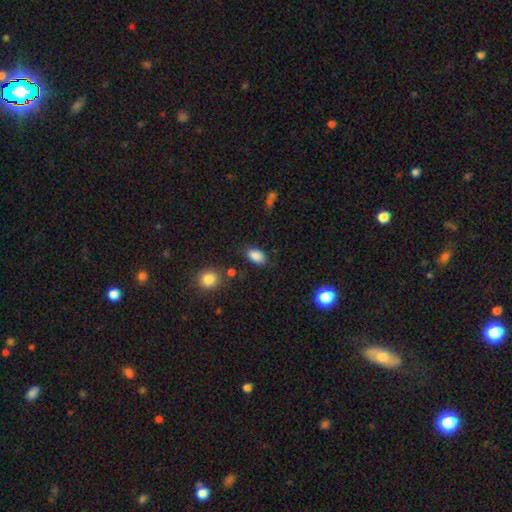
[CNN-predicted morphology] type=smooth (87%); roundness=in between (90%); merging=none (80%).